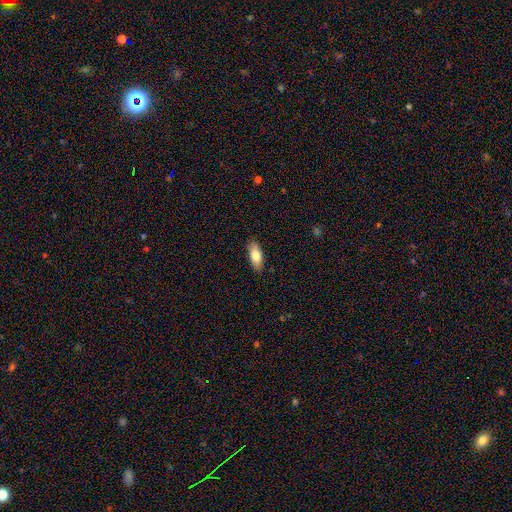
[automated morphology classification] Smooth or featured? smooth (78%)
How rounded? in between (82%)
Merging? none (87%)